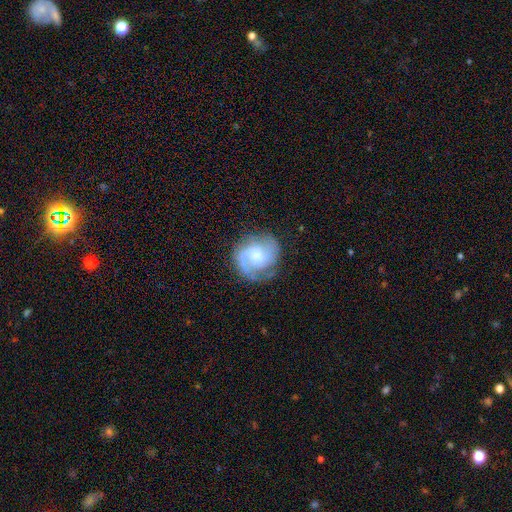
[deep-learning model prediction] smooth-or-featured: featured or disk: 83% | smooth: 11% | star or artifact: 6%
  disk-edge-on: no: 98% | yes: 2%
    bar: no: 51% | weak: 42% | strong: 8%
    has-spiral-arms: yes: 97% | no: 3%
      spiral-winding: medium: 51% | tight: 30% | loose: 19%
      spiral-arm-count: 2: 79% | 1: 8% | can't tell: 6% | 3: 4% | 4: 2% | more than 4: 2%
    bulge-size: moderate: 40% | small: 34% | large: 14% | none: 10% | dominant: 2%
  merging: none: 76% | minor disturbance: 15% | major disturbance: 8% | merger: 1%